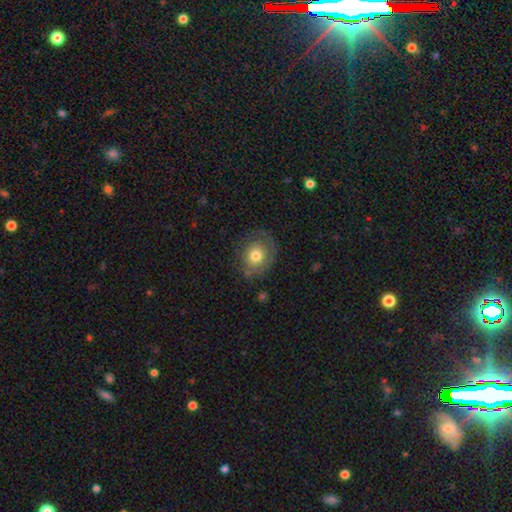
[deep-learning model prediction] Smooth or featured?
  - smooth: 62% *
  - featured or disk: 30%
  - star or artifact: 8%
How rounded?
  - round: 67% *
  - in between: 32%
  - cigar-shaped: 1%
Merging?
  - none: 67% *
  - minor disturbance: 21%
  - major disturbance: 10%
  - merger: 2%